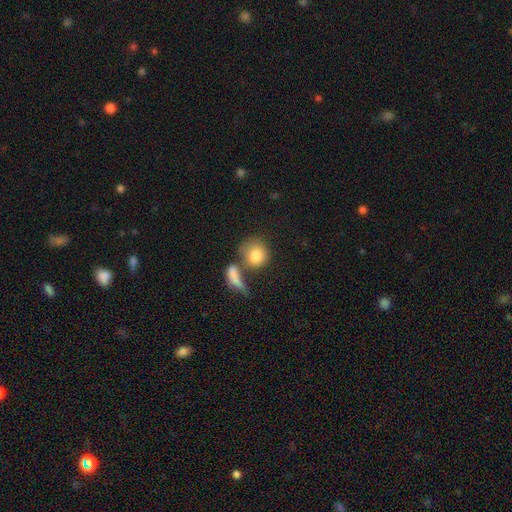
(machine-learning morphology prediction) smooth_or_featured: smooth (p=0.80) [alt: featured or disk p=0.13]
how_rounded: round (p=0.71) [alt: in between p=0.26]
merging: merger (p=0.40) [alt: none p=0.33]